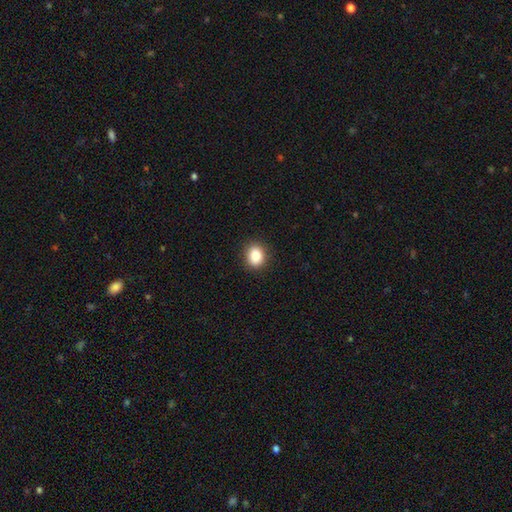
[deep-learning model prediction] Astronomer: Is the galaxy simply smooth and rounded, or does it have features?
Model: smooth — 87%.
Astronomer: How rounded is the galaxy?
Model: round — 59% (runner-up: in between, 40%).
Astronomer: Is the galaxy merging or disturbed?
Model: none — 90%.